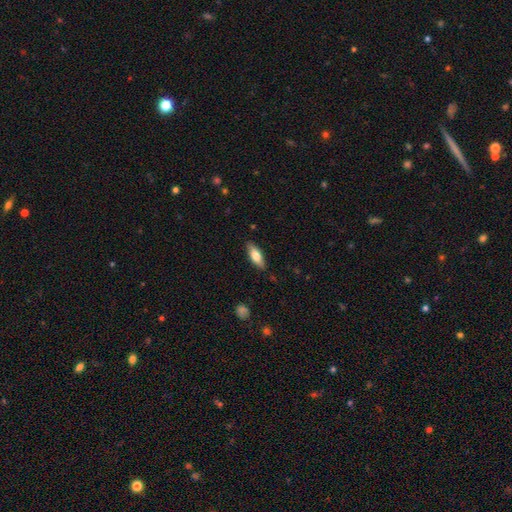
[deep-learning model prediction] smooth-or-featured: smooth: 69% | featured or disk: 26% | star or artifact: 6%
  how-rounded: in between: 65% | cigar-shaped: 33% | round: 2%
  merging: none: 85% | minor disturbance: 11% | major disturbance: 2% | merger: 1%